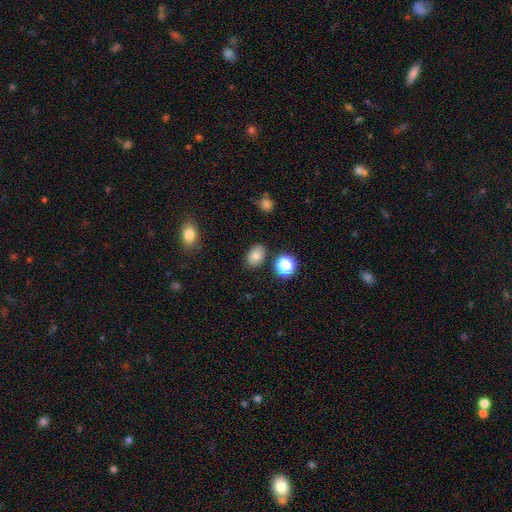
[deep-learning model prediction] A smooth galaxy with no disk features (81%) that is in between round and cigar-shaped (79%). Merging: none (83%).